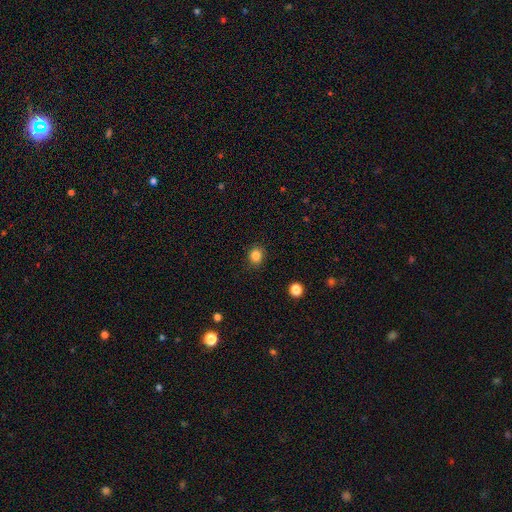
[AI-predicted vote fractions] smooth_or_featured: smooth (p=0.84) [alt: star or artifact p=0.12]
how_rounded: round (p=0.78) [alt: in between p=0.22]
merging: none (p=0.90) [alt: minor disturbance p=0.07]